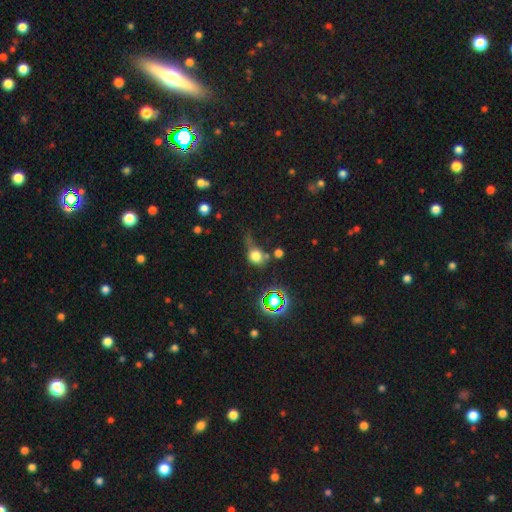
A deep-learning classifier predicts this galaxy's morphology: Smooth or featured: smooth — 67% (star or artifact — 20%)
How rounded: round — 73% (in between — 25%)
Merging: none — 39% (minor disturbance — 26%)